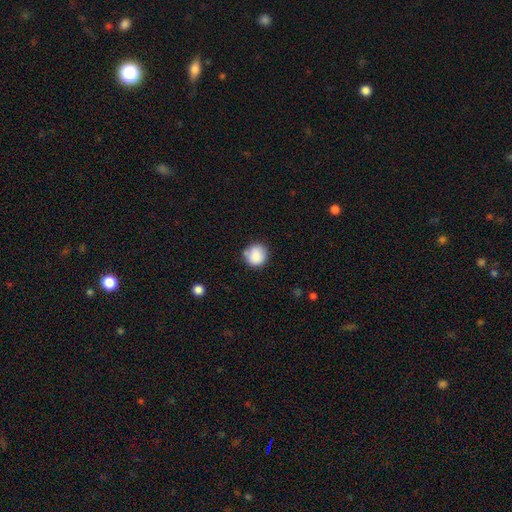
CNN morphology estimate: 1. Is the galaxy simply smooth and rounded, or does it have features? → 87% smooth, 8% star or artifact, 4% featured or disk.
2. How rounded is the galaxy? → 91% round, 8% in between, 1% cigar-shaped.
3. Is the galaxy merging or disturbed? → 79% none, 15% minor disturbance, 3% major disturbance, 3% merger.